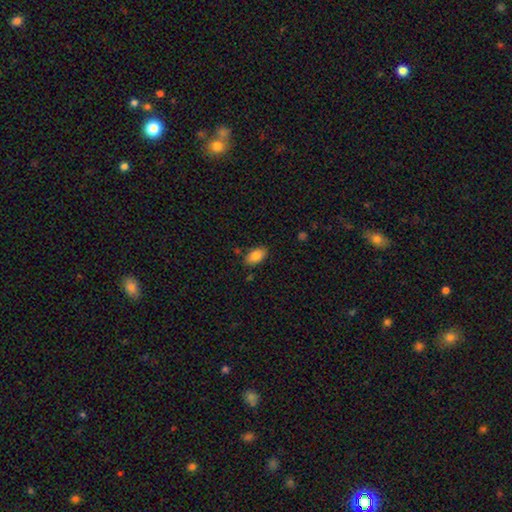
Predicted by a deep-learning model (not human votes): This is clearly a smooth galaxy (86%). How rounded: clearly in between (93%). Merging: clearly none (81%).